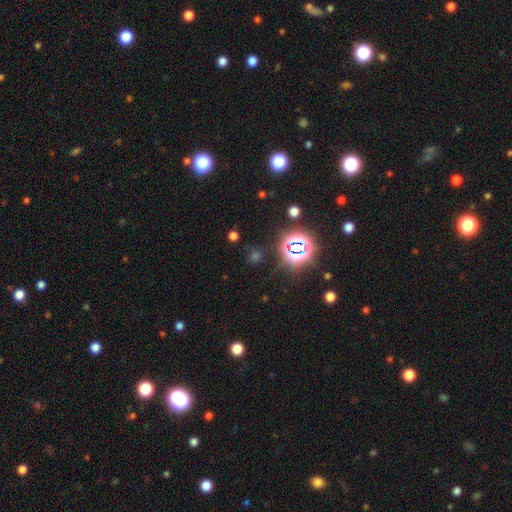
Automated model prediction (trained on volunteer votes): This is likely a star or artifact rather than a galaxy (68%).